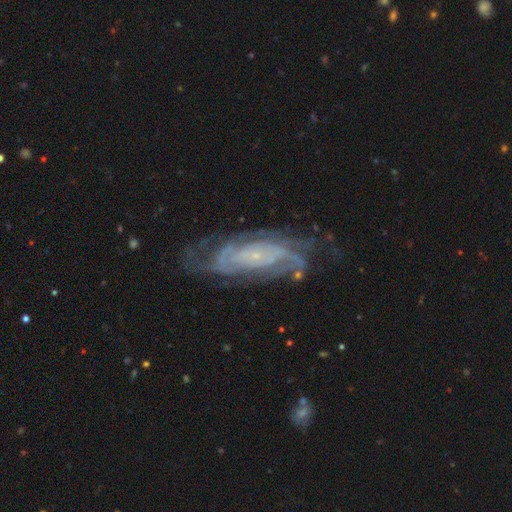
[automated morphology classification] A featured or disk galaxy (86%) with no bar (66%), tight (62%) spiral arms (96%) and a small central bulge (81%).

Vote fractions:
- Smooth or featured? featured or disk: 86% / smooth: 8% / star or artifact: 7%
- Edge-on disk? no: 92% / yes: 8%
- Bar? no: 66% / weak: 25% / strong: 9%
- Spiral arms? yes: 96% / no: 4%
- Spiral winding? tight: 62% / medium: 31% / loose: 8%
- Spiral arm count? can't tell: 32% / 2: 25% / 3: 16% / 4: 14% / more than 4: 8% / 1: 6%
- Bulge size? small: 81% / moderate: 9% / none: 8% / large: 1% / dominant: 1%
- Merging? none: 69% / minor disturbance: 19% / major disturbance: 10% / merger: 2%